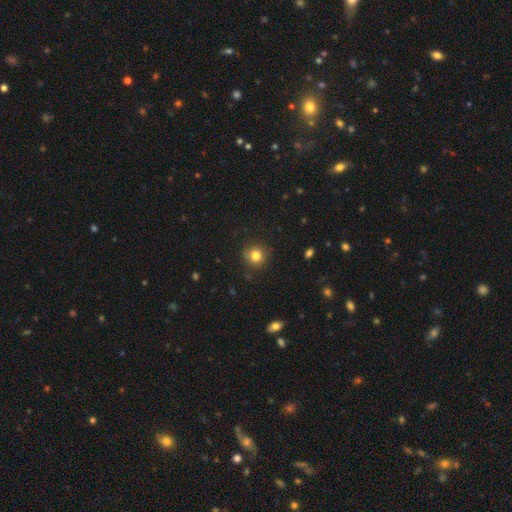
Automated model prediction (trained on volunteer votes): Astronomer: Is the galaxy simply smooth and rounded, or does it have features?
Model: smooth — 81%.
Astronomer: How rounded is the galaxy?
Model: round — 91%.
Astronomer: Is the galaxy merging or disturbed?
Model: none — 84%.